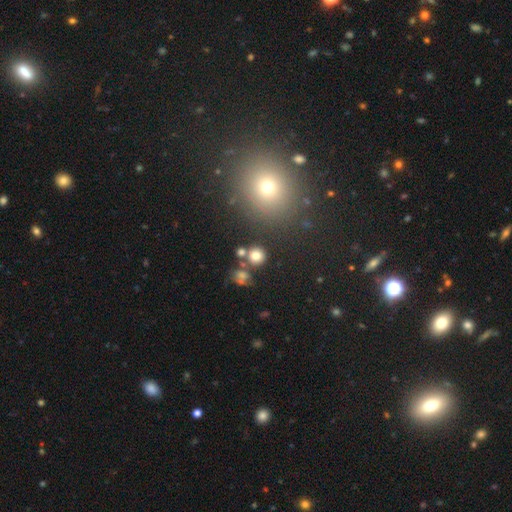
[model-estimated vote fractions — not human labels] Q: Smooth or featured?
A: smooth (77%); runner-up: star or artifact (15%)
Q: How rounded?
A: round (90%); runner-up: in between (9%)
Q: Merging?
A: none (75%); runner-up: merger (13%)